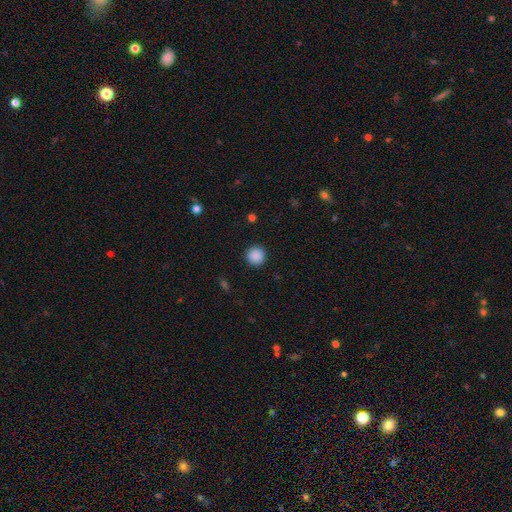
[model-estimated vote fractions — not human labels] The model was most divided on "smooth or featured": smooth: 89%, star or artifact: 9%, featured or disk: 2%. More confident: how rounded — round (95%); merging — none (92%).